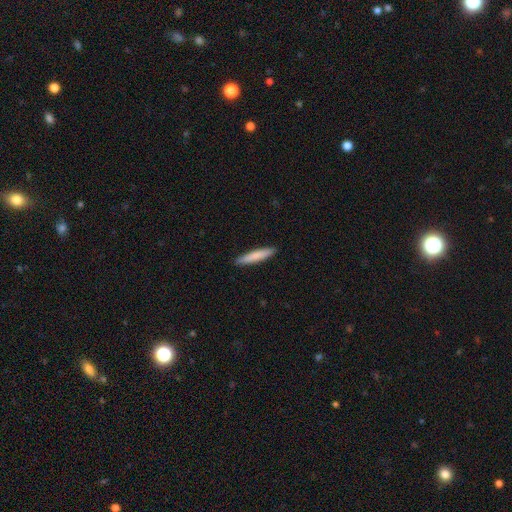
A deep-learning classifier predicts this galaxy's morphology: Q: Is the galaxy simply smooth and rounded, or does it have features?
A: smooth — 80%.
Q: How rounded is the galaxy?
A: cigar-shaped — 91%.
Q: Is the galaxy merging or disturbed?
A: none — 91%.